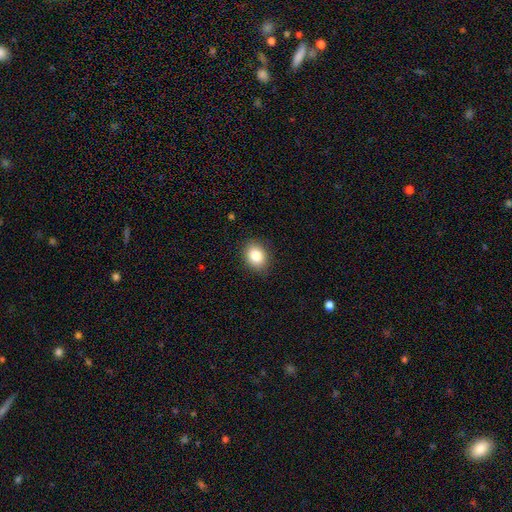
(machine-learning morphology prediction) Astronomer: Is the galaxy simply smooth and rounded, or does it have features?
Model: smooth — 85%.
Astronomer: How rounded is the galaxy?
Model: in between — 60% (runner-up: round, 39%).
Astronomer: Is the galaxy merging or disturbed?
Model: none — 87%.